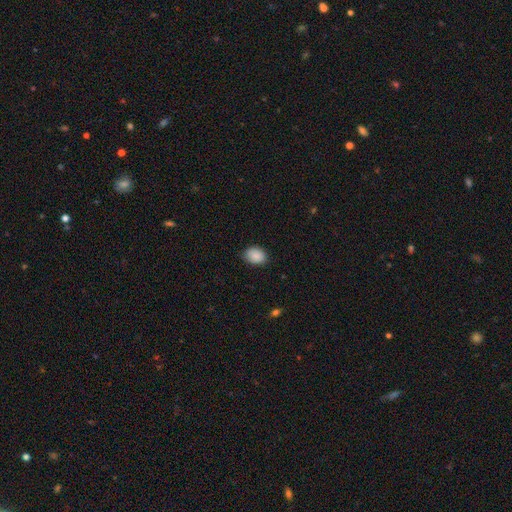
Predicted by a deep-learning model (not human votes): Smooth or featured: smooth — 89% (star or artifact — 8%)
How rounded: in between — 69% (round — 30%)
Merging: none — 80% (minor disturbance — 16%)